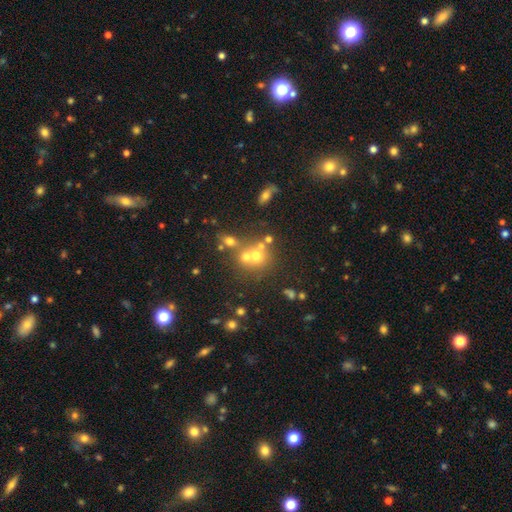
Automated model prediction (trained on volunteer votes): smooth_or_featured: smooth (p=0.57) [alt: featured or disk p=0.22]
how_rounded: round (p=0.80) [alt: in between p=0.19]
merging: merger (p=0.43) [tied with: none p=0.43]